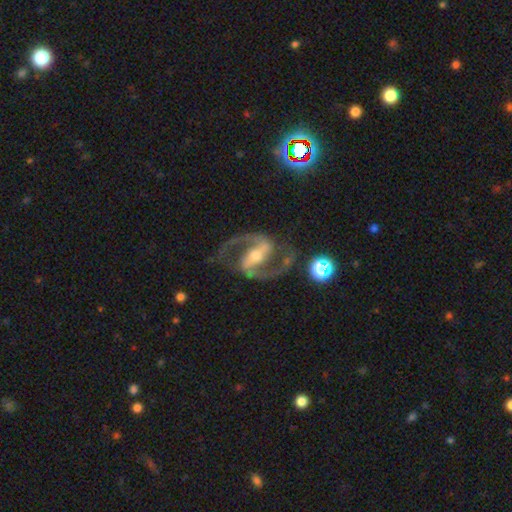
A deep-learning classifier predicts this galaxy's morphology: type=featured or disk (92%); edge-on=no (98%); bar=strong (64%); spiral arms=yes (98%); winding=medium (67%); arm count=2 (95%); bulge=moderate (51%); merging=none (80%).